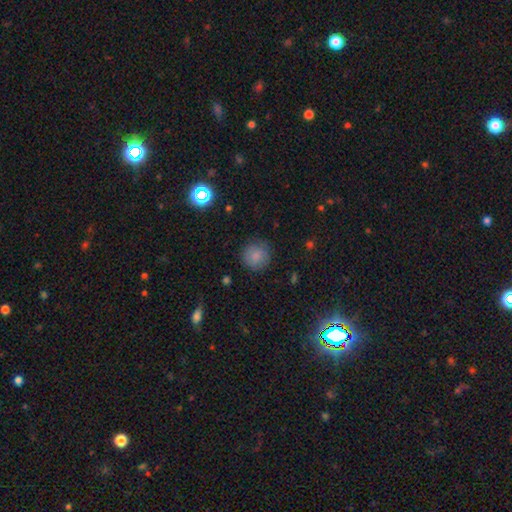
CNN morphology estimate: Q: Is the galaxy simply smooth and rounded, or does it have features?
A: smooth — 83%.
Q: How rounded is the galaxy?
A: round — 93%.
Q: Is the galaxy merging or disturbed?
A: none — 85%.